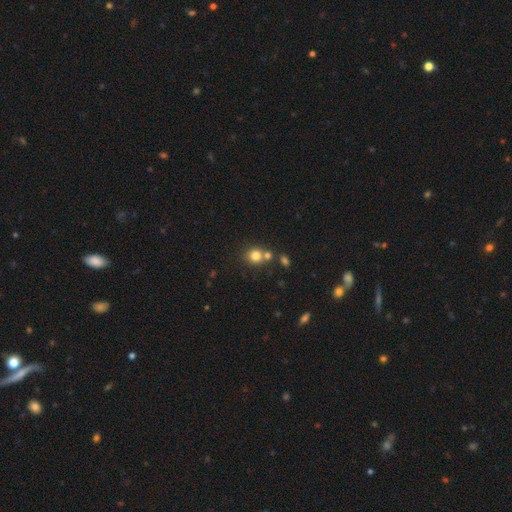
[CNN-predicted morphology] A smooth galaxy with no disk features (79%) that is round (85%).

Vote fractions:
- Smooth or featured? smooth: 79% / star or artifact: 12% / featured or disk: 8%
- How rounded? round: 85% / in between: 14% / cigar-shaped: 1%
- Merging? none: 59% / merger: 29% / minor disturbance: 9% / major disturbance: 3%